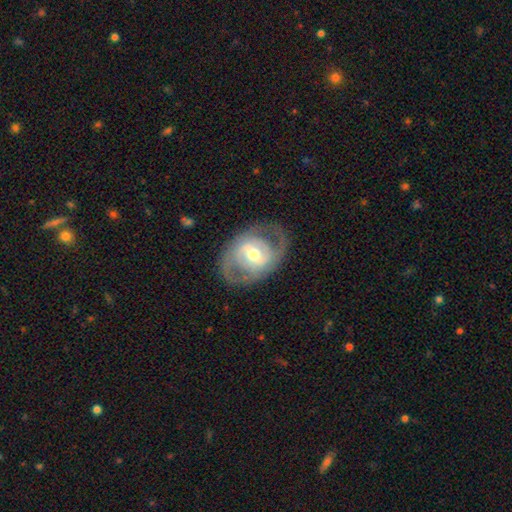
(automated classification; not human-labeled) Smooth or featured? Predicted: featured or disk (p=0.76). Edge-on disk? Predicted: no (p=0.95). Bar? Predicted: weak (p=0.42). Spiral arms? Predicted: yes (p=0.72). Spiral winding? Predicted: medium (p=0.43). Spiral arm count? Predicted: 2 (p=0.74). Bulge size? Predicted: moderate (p=0.66). Merging? Predicted: none (p=0.74).